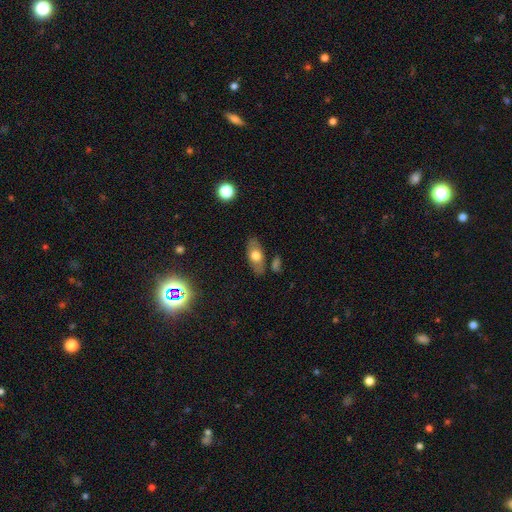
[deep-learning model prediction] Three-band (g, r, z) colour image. It shows a smooth galaxy with no disk features (61%) that is in between round and cigar-shaped (85%). Merging: none (81%).